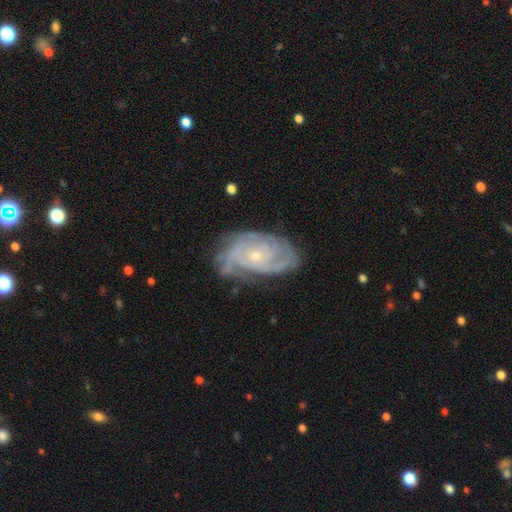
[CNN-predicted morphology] Smooth or featured? featured or disk (85%)
Edge-on disk? no (96%)
Bar? no (75%)
Spiral arms? yes (96%)
Spiral winding? tight (67%)
Spiral arm count? can't tell (30%)
Bulge size? small (72%)
Merging? none (70%)